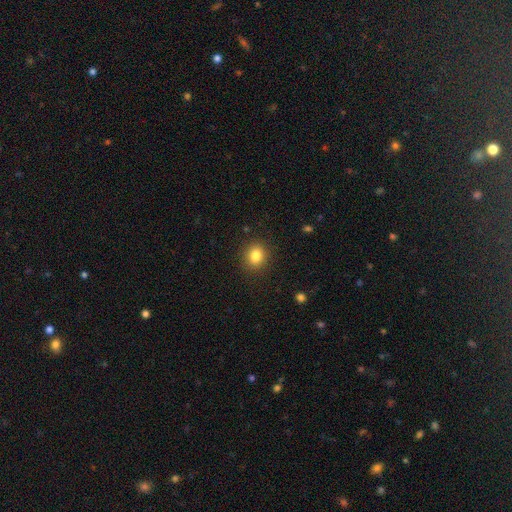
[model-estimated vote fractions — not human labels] A smooth galaxy with no disk features (83%) that is round (68%).

Vote fractions:
- Smooth or featured? smooth: 83% / star or artifact: 11% / featured or disk: 6%
- How rounded? round: 68% / in between: 31% / cigar-shaped: 1%
- Merging? none: 89% / minor disturbance: 8% / major disturbance: 3% / merger: 1%